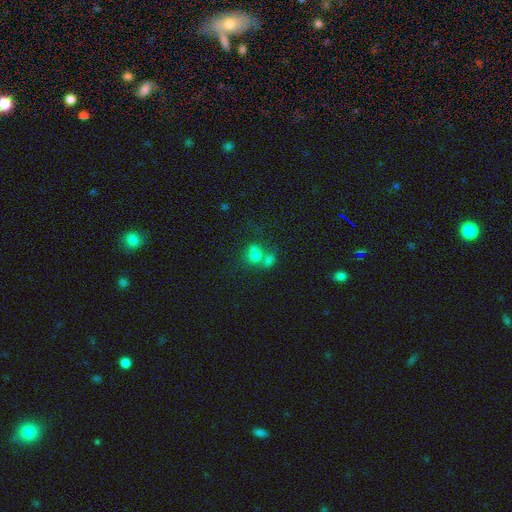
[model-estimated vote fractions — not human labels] A smooth galaxy with no disk features (68%) that is in between round and cigar-shaped (57%). Merging: merger (57%).